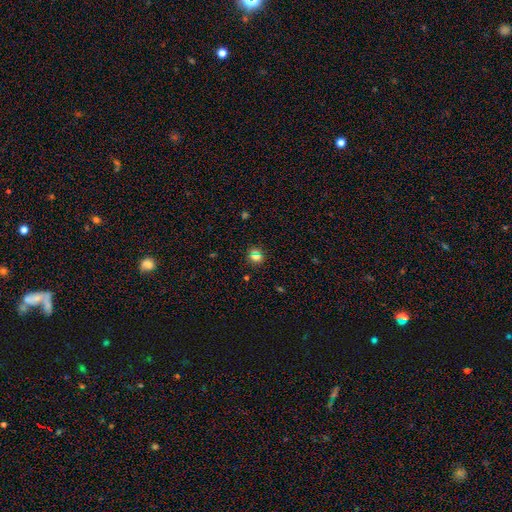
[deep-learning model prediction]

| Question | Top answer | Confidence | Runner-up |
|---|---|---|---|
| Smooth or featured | smooth | 60% | star or artifact (32%) |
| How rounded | round | 89% | in between (10%) |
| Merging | none | 86% | minor disturbance (7%) |